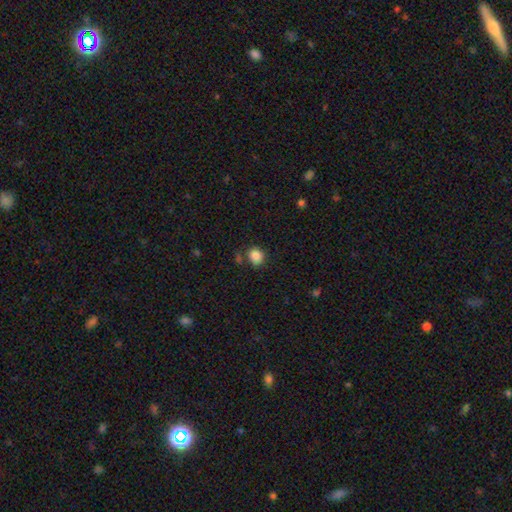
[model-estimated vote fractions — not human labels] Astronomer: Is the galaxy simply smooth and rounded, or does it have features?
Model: smooth — 86%.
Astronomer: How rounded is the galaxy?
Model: round — 76%.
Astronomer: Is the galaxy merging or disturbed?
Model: none — 76%.